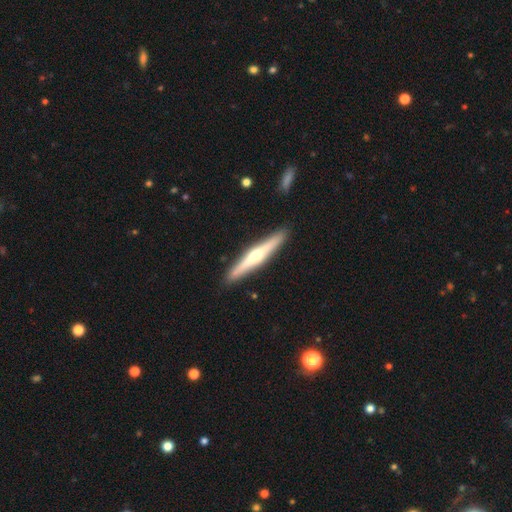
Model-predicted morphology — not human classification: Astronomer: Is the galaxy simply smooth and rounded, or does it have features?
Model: featured or disk — 67%.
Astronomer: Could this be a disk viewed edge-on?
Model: yes — 97%.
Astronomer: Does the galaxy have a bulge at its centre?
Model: rounded — 89%.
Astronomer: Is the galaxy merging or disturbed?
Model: none — 91%.